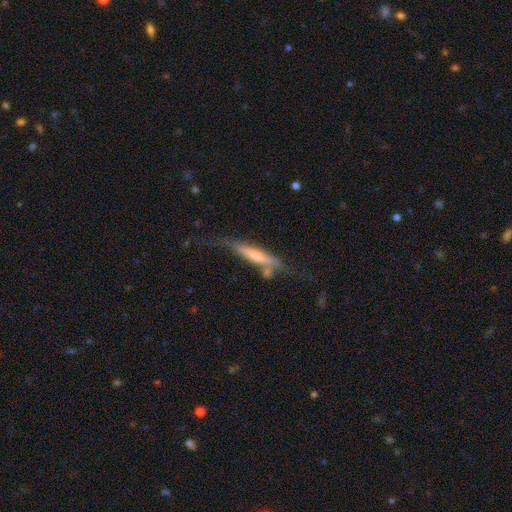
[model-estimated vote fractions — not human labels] Smooth or featured? featured or disk (50%)
Edge-on disk? yes (83%)
Merging? none (47%)